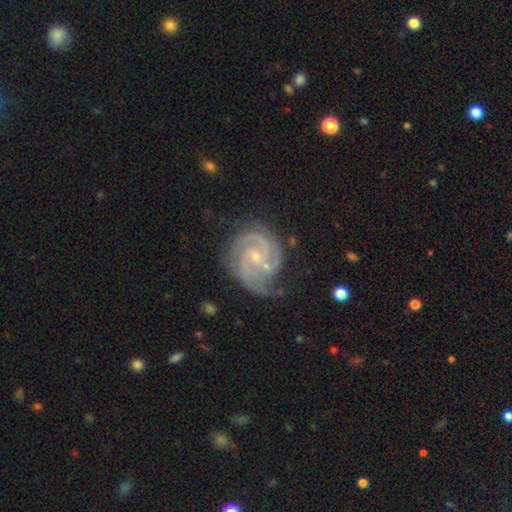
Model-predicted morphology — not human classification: Smooth or featured: featured or disk — 92% (star or artifact — 4%)
Edge-on disk: no — 98% (yes — 2%)
Bar: no — 58% (weak — 33%)
Spiral arms: yes — 98% (no — 2%)
Spiral winding: tight — 59% (medium — 36%)
Spiral arm count: 2 — 42% (3 — 37%)
Bulge size: small — 74% (moderate — 22%)
Merging: none — 64% (minor disturbance — 23%)